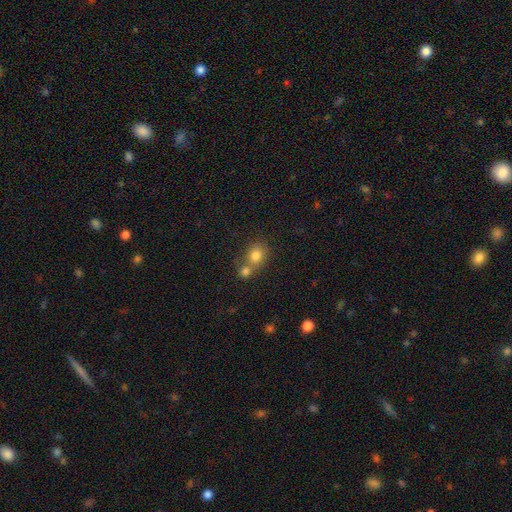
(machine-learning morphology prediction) type=smooth (79%); roundness=round (66%); merging=merger (51%).